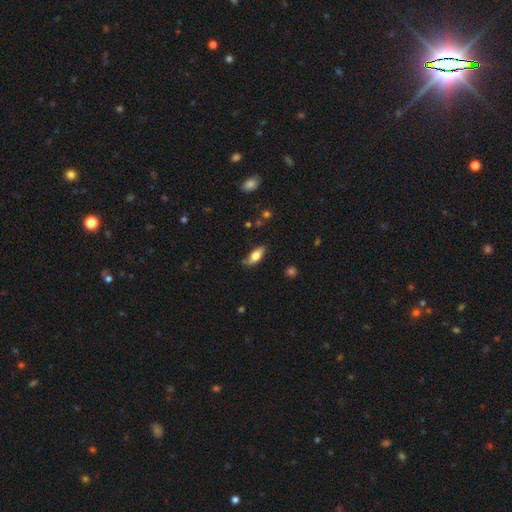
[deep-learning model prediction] Smooth or featured: smooth — 69% (featured or disk — 25%)
How rounded: in between — 78% (cigar-shaped — 19%)
Merging: none — 70% (minor disturbance — 23%)